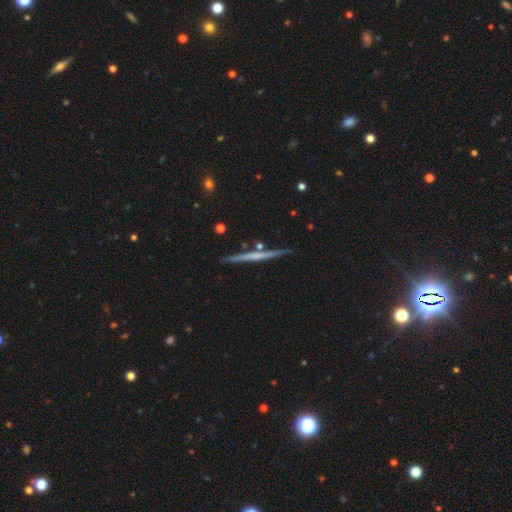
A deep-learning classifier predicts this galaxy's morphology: Smooth or featured: featured or disk — 63% (smooth — 32%)
Edge-on disk: yes — 97% (no — 3%)
Edge-on bulge: none — 73% (rounded — 20%)
Merging: none — 86% (minor disturbance — 9%)